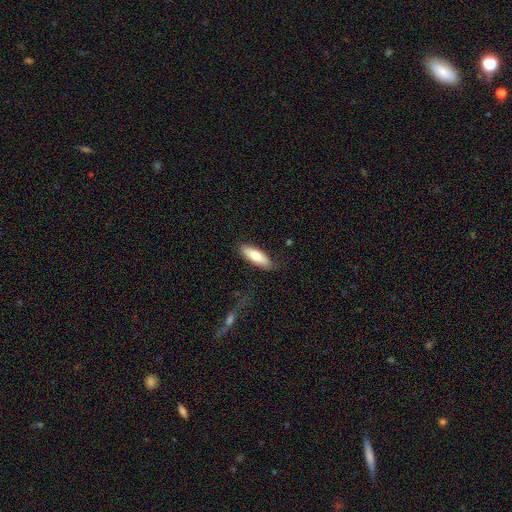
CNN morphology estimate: The model was most divided on "how rounded": in between: 64%, cigar-shaped: 34%, round: 2%. More confident: smooth or featured — smooth (77%); merging — none (76%).